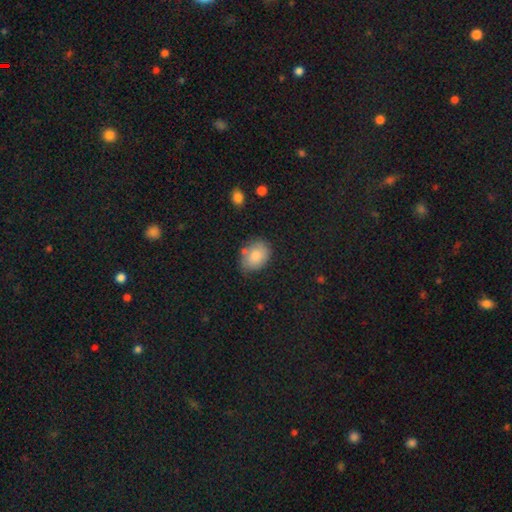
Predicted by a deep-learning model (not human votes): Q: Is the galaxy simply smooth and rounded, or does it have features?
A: smooth — 81%.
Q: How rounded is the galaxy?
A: in between — 65%.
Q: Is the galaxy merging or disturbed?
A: none — 66%.